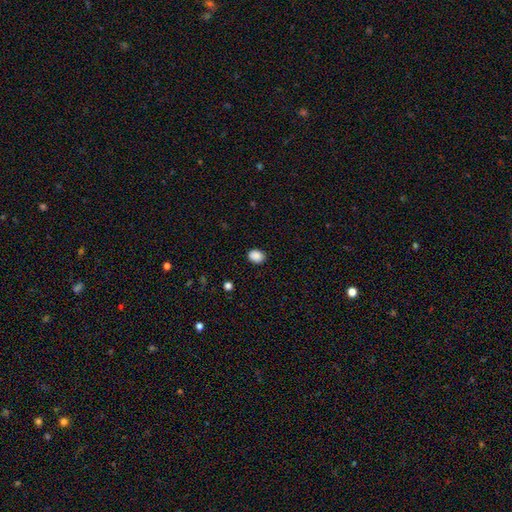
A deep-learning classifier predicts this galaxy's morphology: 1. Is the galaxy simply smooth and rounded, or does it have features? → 89% smooth, 9% star or artifact, 3% featured or disk.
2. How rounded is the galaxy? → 59% in between, 40% round, 1% cigar-shaped.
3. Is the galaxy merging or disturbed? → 88% none, 9% minor disturbance, 2% major disturbance, 1% merger.